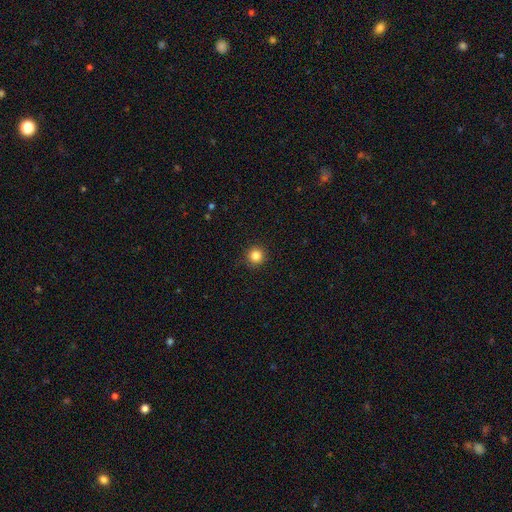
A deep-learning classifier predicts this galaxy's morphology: smooth 84%, star or artifact 11%, featured or disk 4%. Down the decision tree: how rounded — round (95%); merging — none (92%).